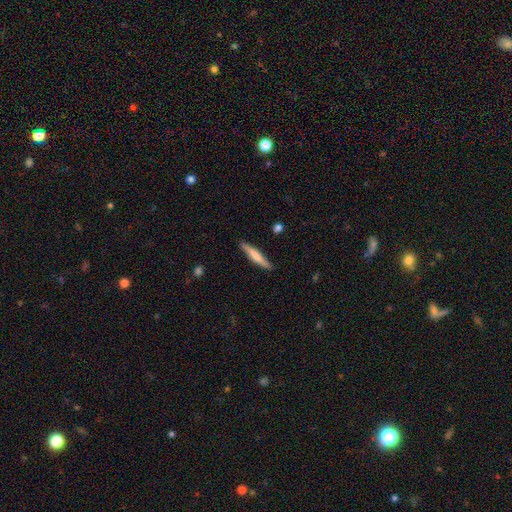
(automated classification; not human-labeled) The model was most divided on "smooth or featured": smooth: 62%, featured or disk: 33%, star or artifact: 5%. More confident: how rounded — cigar-shaped (92%); merging — none (88%).